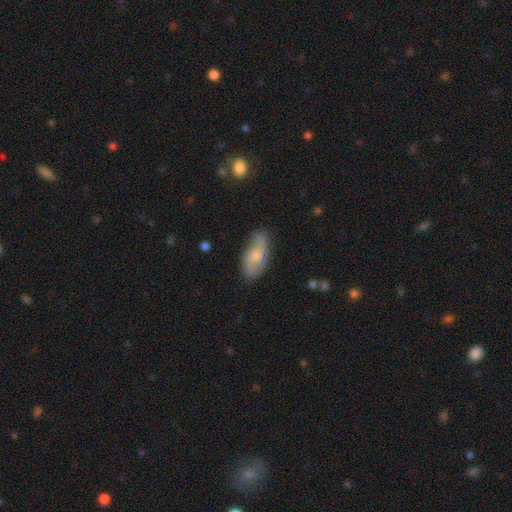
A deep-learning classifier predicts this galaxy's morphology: Smooth or featured? Predicted: smooth (p=0.47). Merging? Predicted: none (p=0.67).